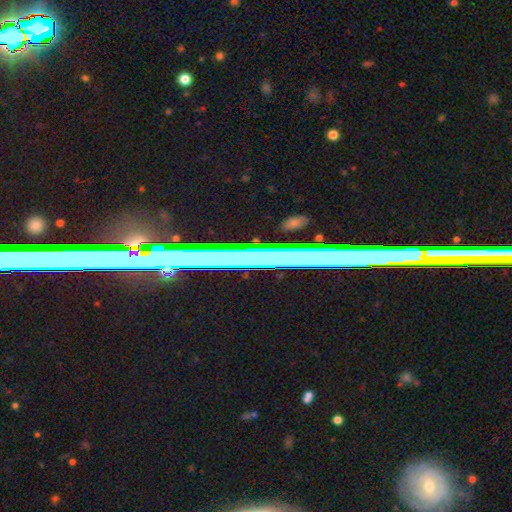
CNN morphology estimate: This is possibly a star or artifact rather than a galaxy (52%).